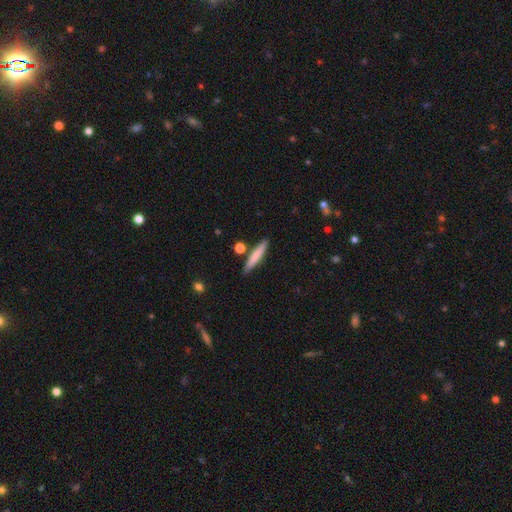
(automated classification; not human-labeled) This appears to be a smooth galaxy with no disk features (74%) that is cigar-shaped (91%). Merging: none (83%).